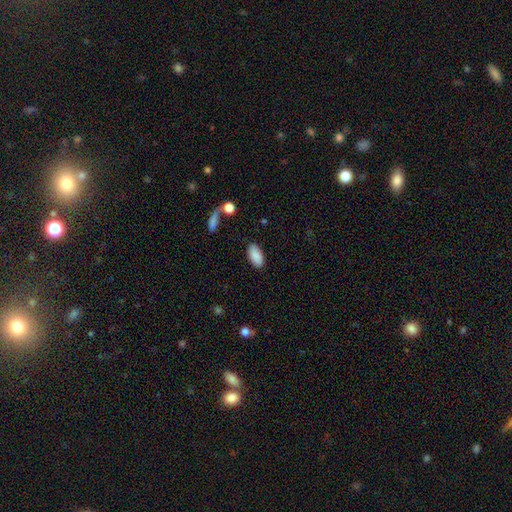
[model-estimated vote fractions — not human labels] Smooth or featured?
  - smooth: 87% *
  - star or artifact: 7%
  - featured or disk: 6%
How rounded?
  - in between: 94% *
  - cigar-shaped: 4%
  - round: 2%
Merging?
  - none: 84% *
  - minor disturbance: 10%
  - major disturbance: 3%
  - merger: 3%